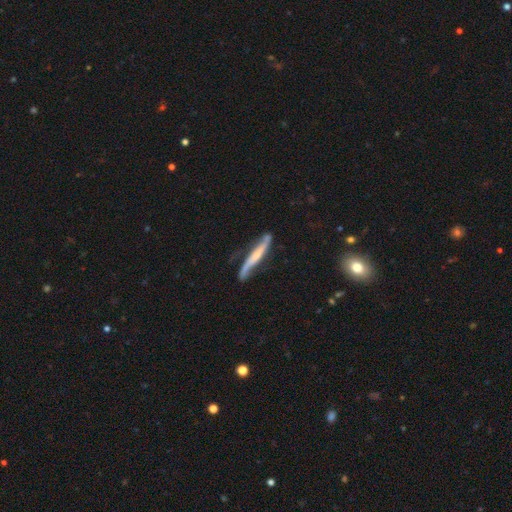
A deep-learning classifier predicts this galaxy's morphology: Smooth or featured: featured or disk — 63% (smooth — 31%)
Edge-on disk: yes — 66% (no — 34%)
Merging: none — 57% (minor disturbance — 28%)